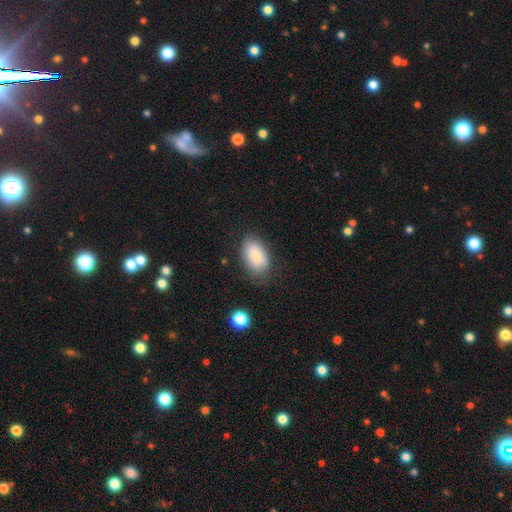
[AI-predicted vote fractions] smooth 83%, featured or disk 10%, star or artifact 7%. Down the decision tree: how rounded — in between (91%); merging — none (74%).